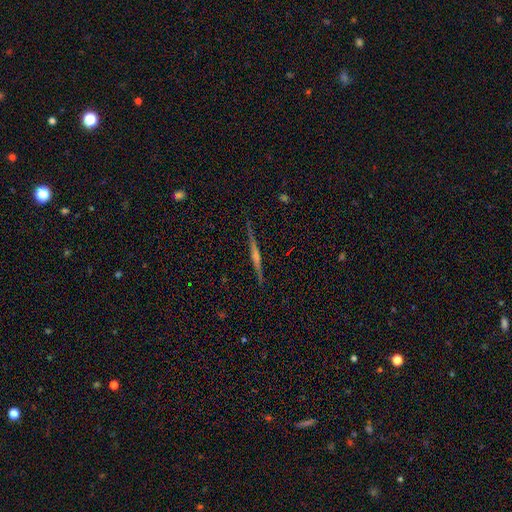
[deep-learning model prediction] Smooth or featured? featured or disk (79%)
Edge-on disk? yes (98%)
Edge-on bulge? rounded (67%)
Merging? none (91%)